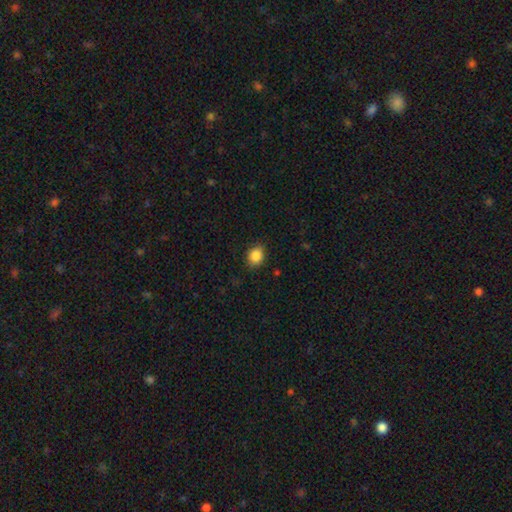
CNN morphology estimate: This appears to be a smooth galaxy with no disk features (87%) that is round (58%). Merging: none (86%).